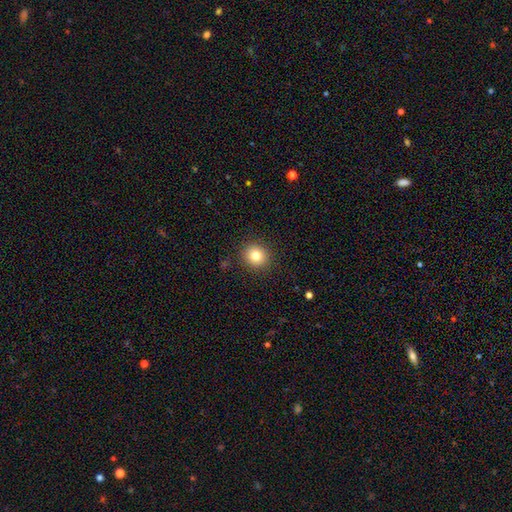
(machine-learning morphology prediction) Smooth or featured? Predicted: smooth (p=0.81). How rounded? Predicted: round (p=0.85). Merging? Predicted: none (p=0.90).